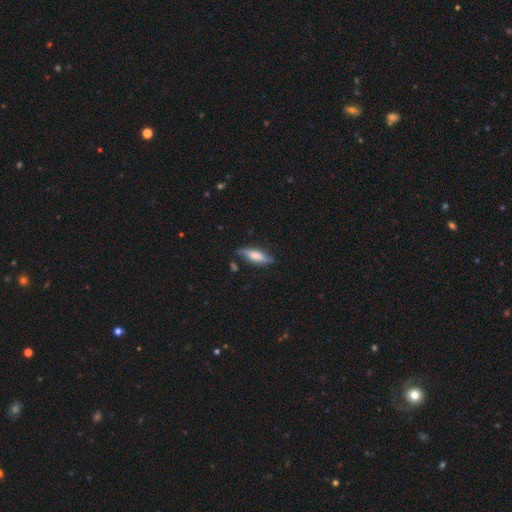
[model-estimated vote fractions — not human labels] The model was most divided on "how rounded": cigar-shaped: 55%, in between: 43%, round: 2%. More confident: merging — none (72%); smooth or featured — smooth (55%).